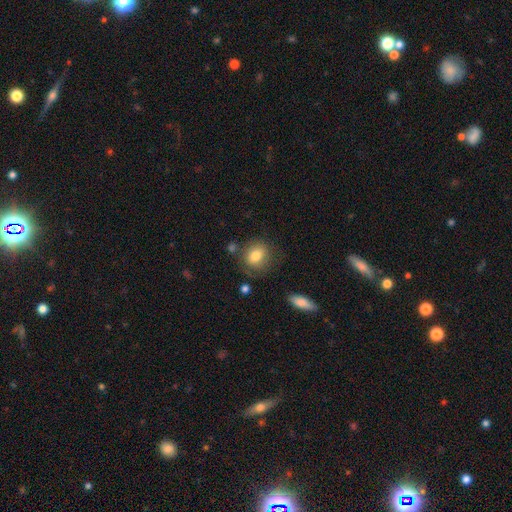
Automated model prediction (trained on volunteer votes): Smooth or featured? Predicted: smooth (p=0.78). How rounded? Predicted: round (p=0.67). Merging? Predicted: none (p=0.71).